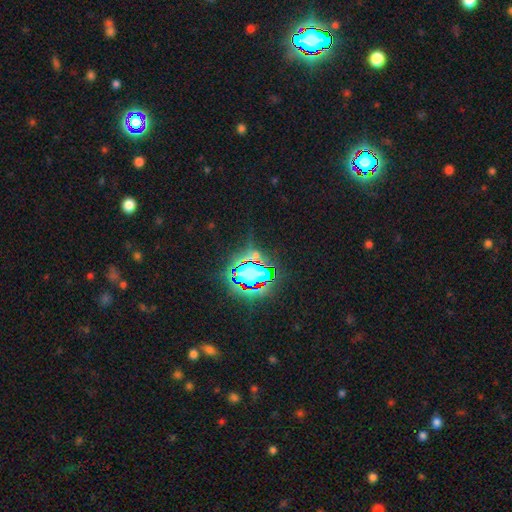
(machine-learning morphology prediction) This is clearly a star or artifact rather than a galaxy (84%).